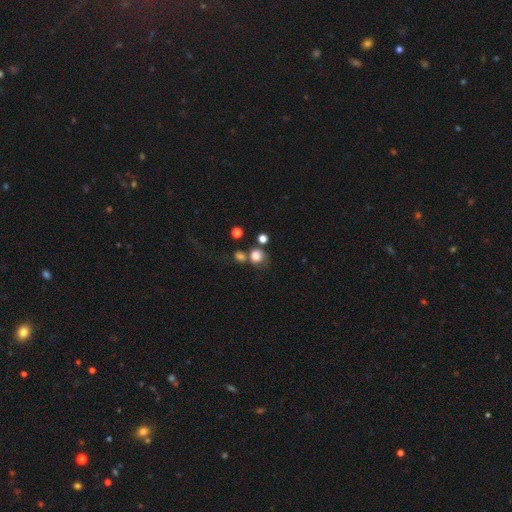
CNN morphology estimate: Overall: smooth (79%). How rounded: round (83%). Merging: none (52%; merger 26%).